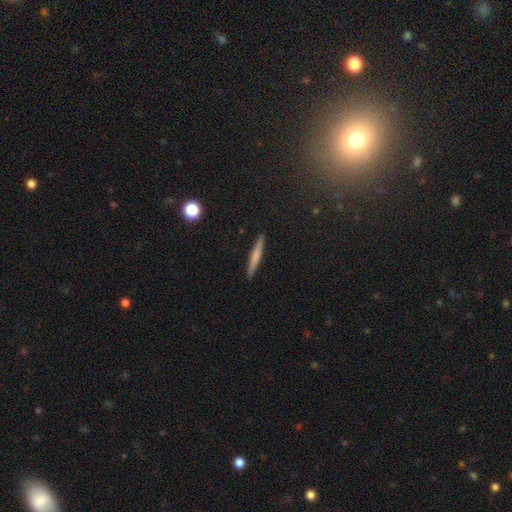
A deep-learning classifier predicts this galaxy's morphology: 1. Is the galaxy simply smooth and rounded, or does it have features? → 62% smooth, 30% featured or disk, 8% star or artifact.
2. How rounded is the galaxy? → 95% cigar-shaped, 4% in between, 2% round.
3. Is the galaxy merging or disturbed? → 91% none, 6% minor disturbance, 1% major disturbance, 1% merger.